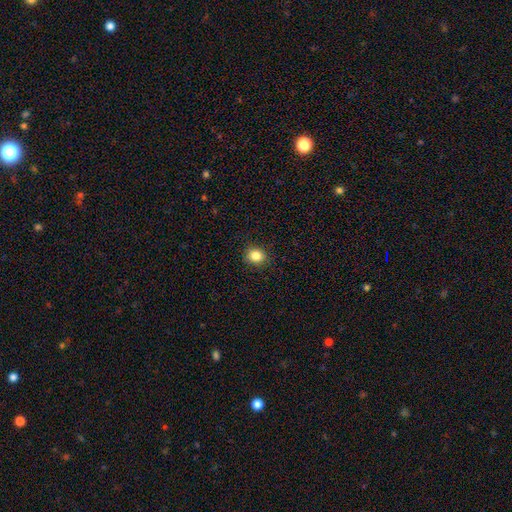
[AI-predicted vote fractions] This is clearly a smooth galaxy (84%). How rounded: likely round (73%). Merging: clearly none (88%).